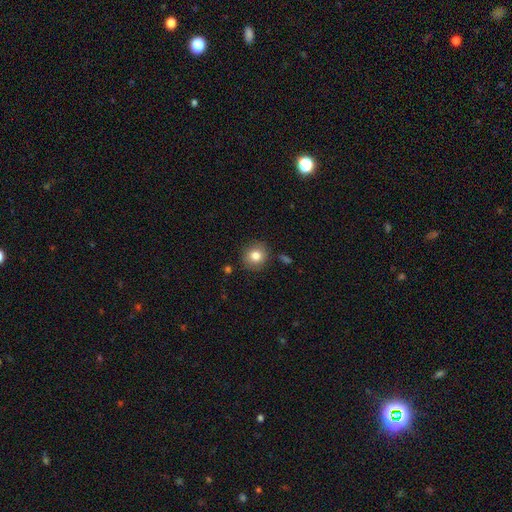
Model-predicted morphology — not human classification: smooth_or_featured: smooth (p=0.81) [alt: star or artifact p=0.10]
how_rounded: round (p=0.86) [alt: in between p=0.13]
merging: none (p=0.85) [alt: minor disturbance p=0.10]